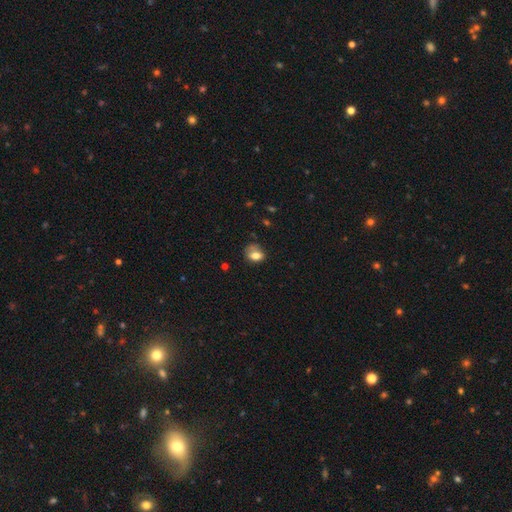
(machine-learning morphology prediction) Overall: smooth (74%). How rounded: in between (60%; round 38%). Merging: none (44%; minor disturbance 32%).